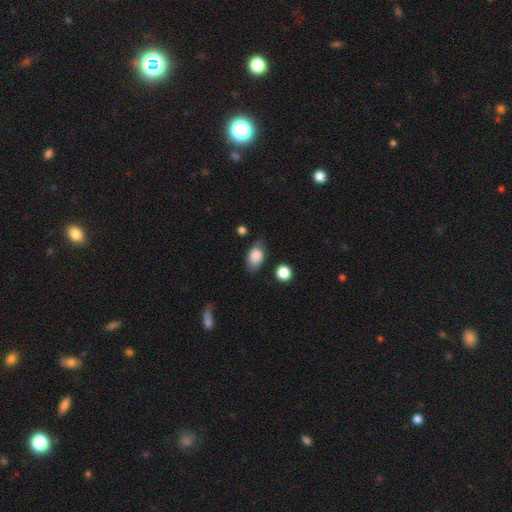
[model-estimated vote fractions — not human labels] Overall: smooth (80%). How rounded: in between (88%). Merging: none (68%).